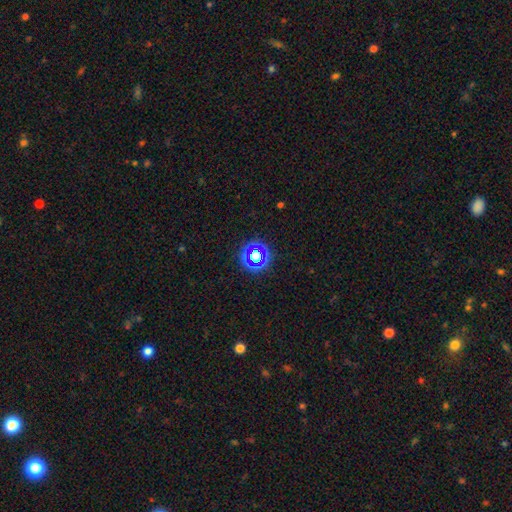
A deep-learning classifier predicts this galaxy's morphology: type=star or artifact (58%).